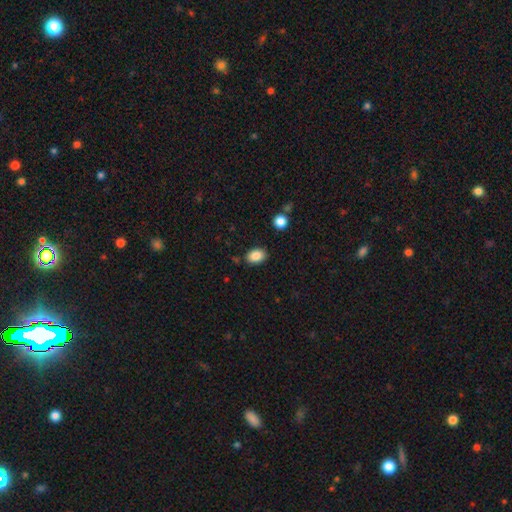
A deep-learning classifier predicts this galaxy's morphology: Smooth or featured? smooth (87%)
How rounded? in between (79%)
Merging? none (84%)